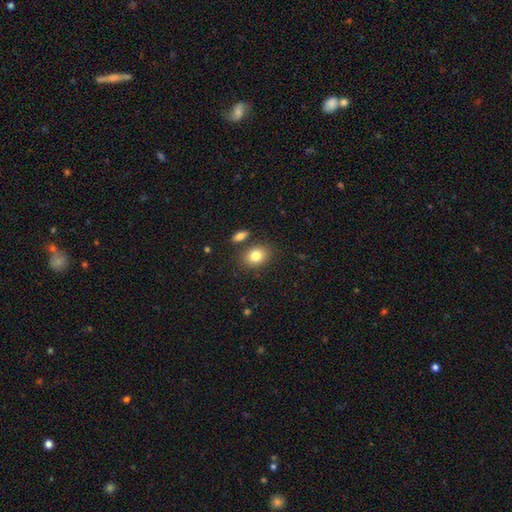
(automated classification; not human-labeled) Smooth or featured? smooth (82%)
How rounded? in between (64%)
Merging? none (78%)